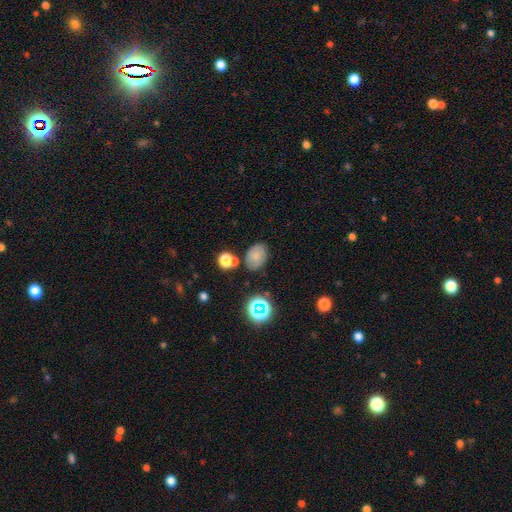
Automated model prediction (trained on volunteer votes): smooth-or-featured: smooth: 72% | star or artifact: 15% | featured or disk: 13%
  how-rounded: in between: 76% | round: 23% | cigar-shaped: 1%
  merging: none: 70% | minor disturbance: 17% | merger: 8% | major disturbance: 5%